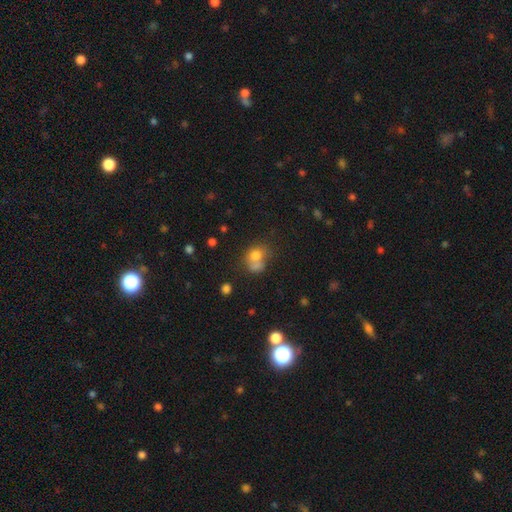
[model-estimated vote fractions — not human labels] smooth 74%, featured or disk 14%, star or artifact 12%. Down the decision tree: how rounded — round (56%); merging — merger (49%).